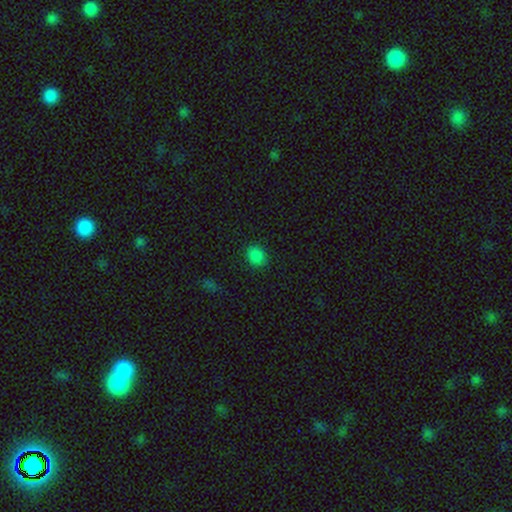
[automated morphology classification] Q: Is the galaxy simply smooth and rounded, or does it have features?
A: smooth — 85%.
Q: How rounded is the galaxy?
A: round — 70%.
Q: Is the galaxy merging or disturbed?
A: none — 89%.